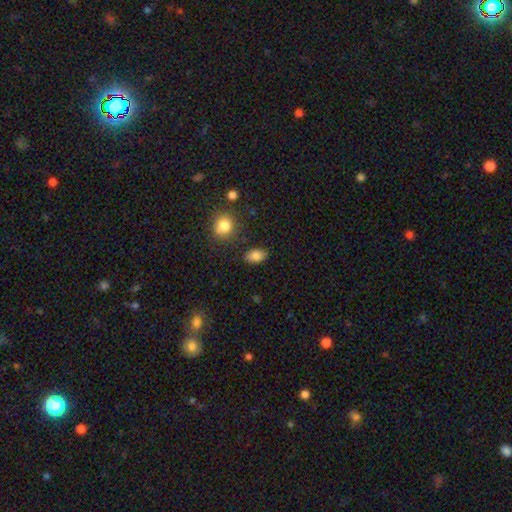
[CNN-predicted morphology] Q: Smooth or featured?
A: smooth (84%); runner-up: star or artifact (9%)
Q: How rounded?
A: in between (87%); runner-up: round (11%)
Q: Merging?
A: none (82%); runner-up: minor disturbance (12%)